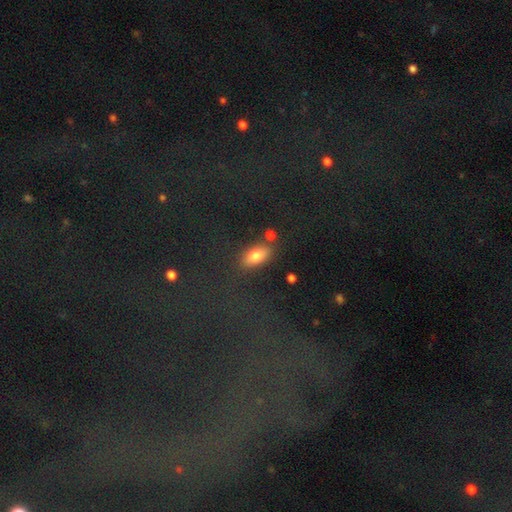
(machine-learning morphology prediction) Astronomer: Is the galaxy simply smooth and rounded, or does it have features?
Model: smooth — 78%.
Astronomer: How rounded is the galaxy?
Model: in between — 83%.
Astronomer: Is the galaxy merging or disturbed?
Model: none — 76%.